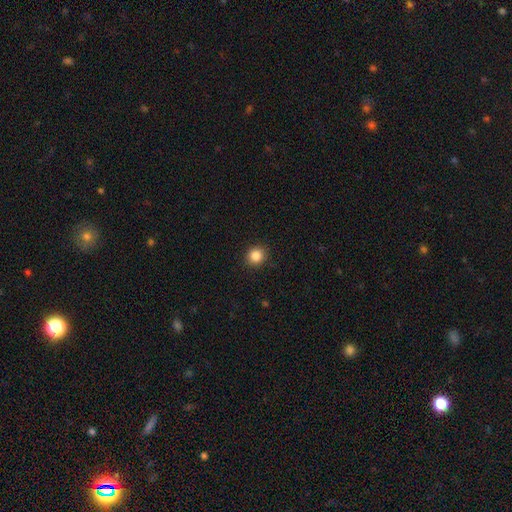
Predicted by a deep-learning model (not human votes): Smooth or featured: smooth — 86% (star or artifact — 11%)
How rounded: round — 88% (in between — 11%)
Merging: none — 91% (minor disturbance — 6%)